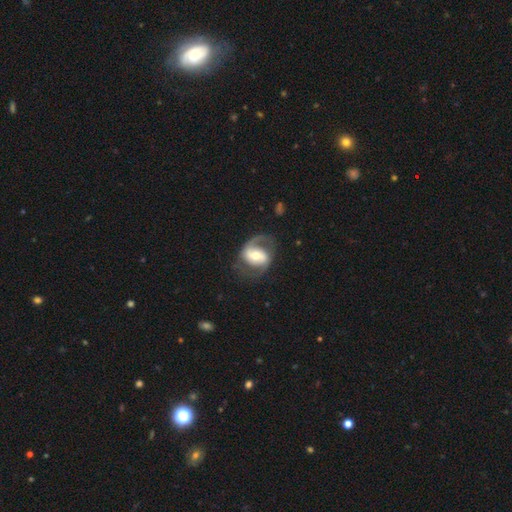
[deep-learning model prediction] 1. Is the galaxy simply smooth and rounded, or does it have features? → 80% featured or disk, 15% smooth, 5% star or artifact.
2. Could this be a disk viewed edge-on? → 97% no, 3% yes.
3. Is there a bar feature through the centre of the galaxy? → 40% weak, 31% no, 29% strong.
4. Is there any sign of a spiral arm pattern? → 92% yes, 8% no.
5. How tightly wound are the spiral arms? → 48% medium, 35% loose, 18% tight.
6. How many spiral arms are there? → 79% 2, 14% 1, 4% can't tell, 1% 3, 1% 4, 1% more than 4.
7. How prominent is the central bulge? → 63% moderate, 20% small, 13% large, 2% dominant, 1% none.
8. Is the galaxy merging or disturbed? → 64% none, 18% minor disturbance, 16% major disturbance, 2% merger.